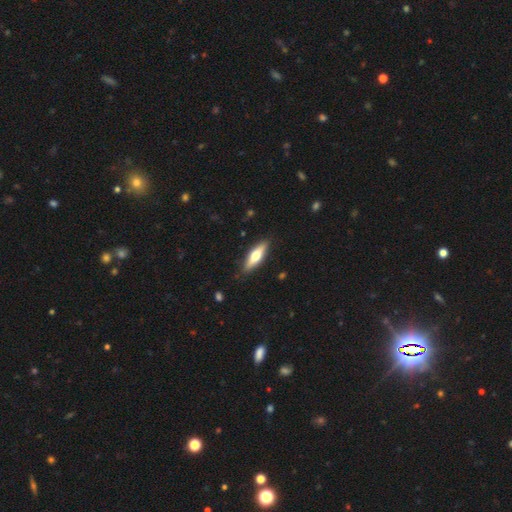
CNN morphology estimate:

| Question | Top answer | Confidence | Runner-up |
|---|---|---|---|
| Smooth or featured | smooth | 48% | featured or disk (46%) |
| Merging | none | 87% | minor disturbance (10%) |